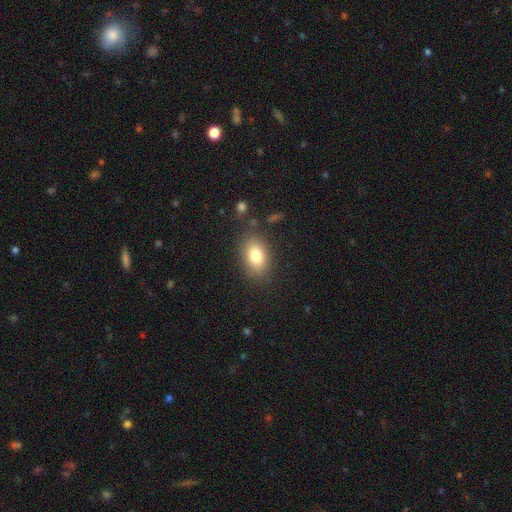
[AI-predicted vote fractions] This appears to be a smooth galaxy with no disk features (81%) that is in between round and cigar-shaped (84%). Merging: none (81%).